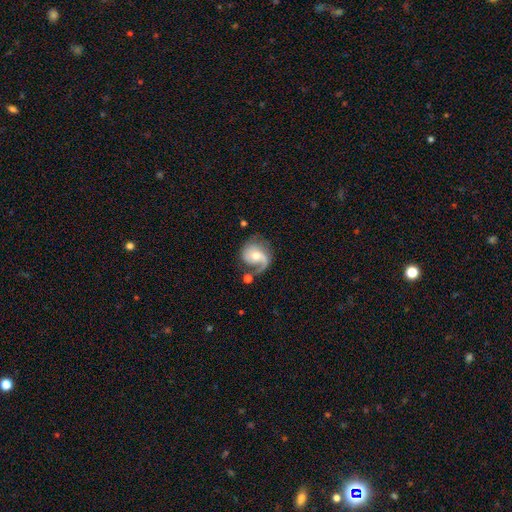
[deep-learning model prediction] The model was most divided on "spiral winding": medium: 42%, loose: 37%, tight: 20%. More confident: edge-on disk — no (98%); spiral arms — yes (94%); smooth or featured — featured or disk (77%); bulge size — moderate (63%); bar — no (61%); merging — none (52%); spiral arm count — 1 (51%).